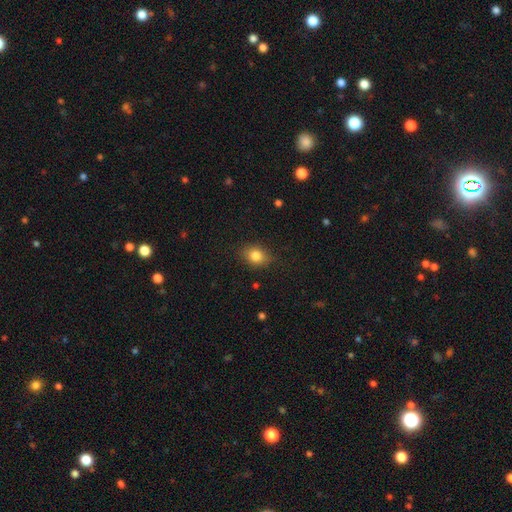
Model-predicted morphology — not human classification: This is clearly a smooth galaxy (82%). How rounded: likely in between (62%). Merging: clearly none (83%).